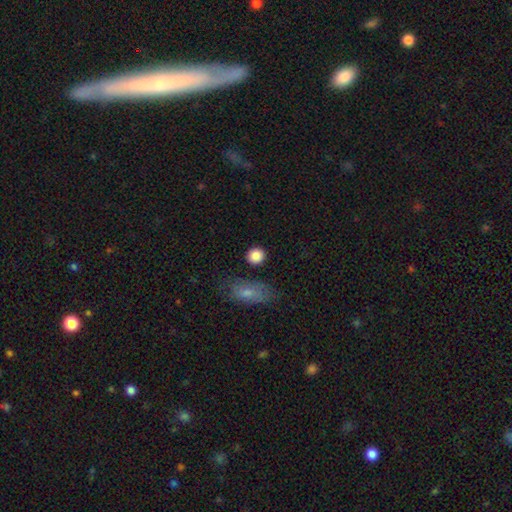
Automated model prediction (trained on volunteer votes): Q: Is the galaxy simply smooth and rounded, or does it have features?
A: smooth — 87%.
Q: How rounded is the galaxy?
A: round — 86%.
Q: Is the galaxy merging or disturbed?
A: none — 84%.